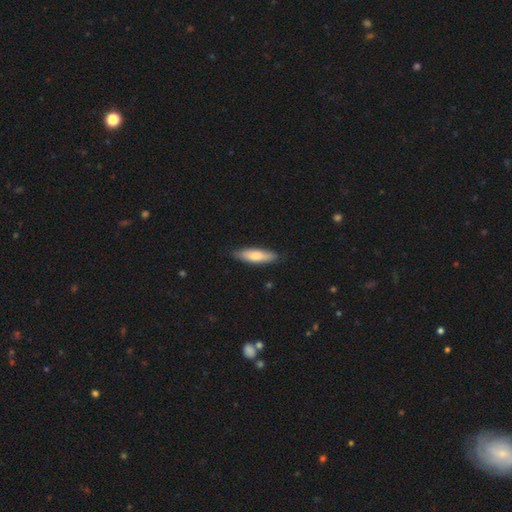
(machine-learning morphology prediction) The model was most divided on "how rounded": cigar-shaped: 62%, in between: 37%, round: 2%. More confident: merging — none (86%); smooth or featured — smooth (73%).